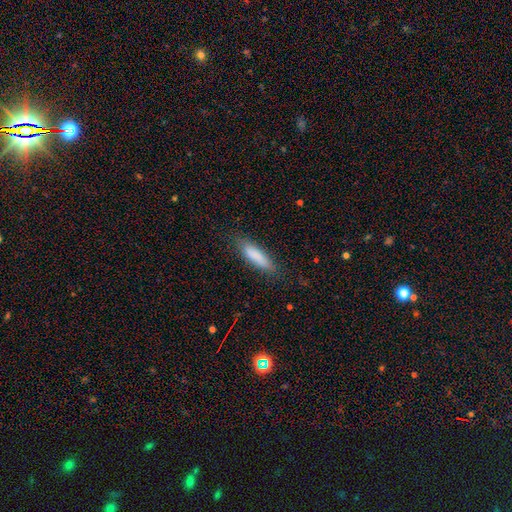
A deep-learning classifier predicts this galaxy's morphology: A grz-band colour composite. It shows a smooth galaxy with no disk features (85%) that is cigar-shaped (64%). Merging: none (82%).